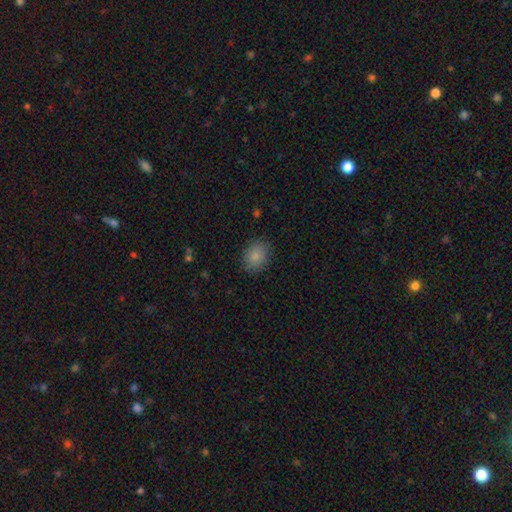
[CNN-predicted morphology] Smooth or featured: smooth — 86% (star or artifact — 9%)
How rounded: round — 50% (in between — 49%)
Merging: none — 84% (minor disturbance — 12%)